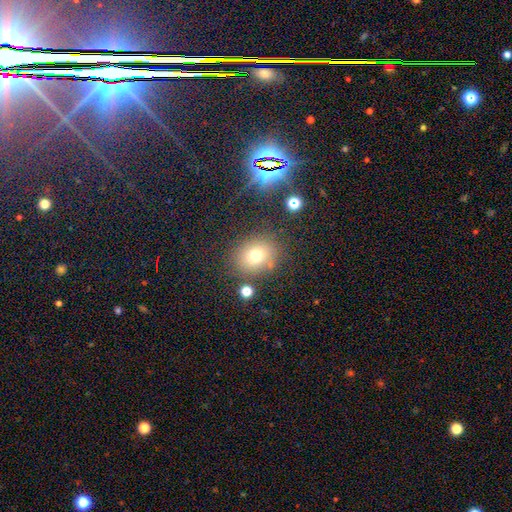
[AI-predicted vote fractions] Smooth or featured? smooth (72%)
How rounded? round (59%)
Merging? none (77%)